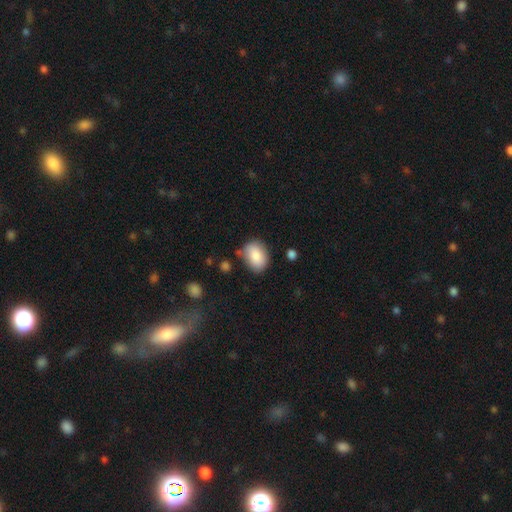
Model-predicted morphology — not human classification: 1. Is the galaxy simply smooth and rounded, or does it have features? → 85% smooth, 8% featured or disk, 7% star or artifact.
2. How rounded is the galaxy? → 71% in between, 28% round, 1% cigar-shaped.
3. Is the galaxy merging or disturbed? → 68% none, 22% minor disturbance, 5% major disturbance, 5% merger.